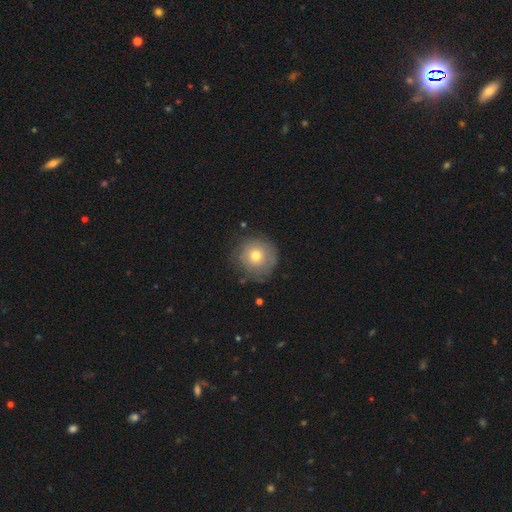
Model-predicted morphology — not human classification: smooth 71%, featured or disk 20%, star or artifact 9%. Down the decision tree: how rounded — round (94%); merging — none (77%).